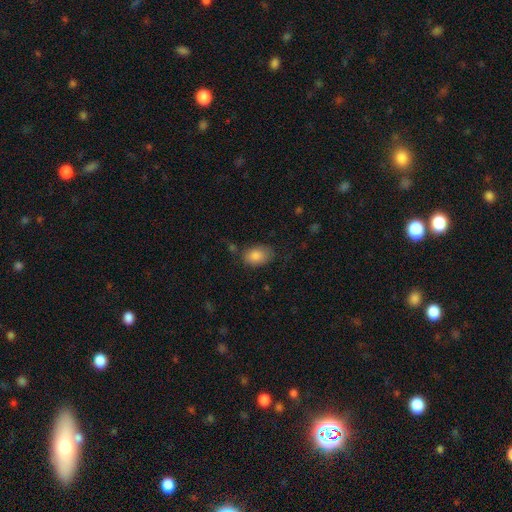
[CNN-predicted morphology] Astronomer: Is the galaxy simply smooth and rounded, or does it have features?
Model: smooth — 86%.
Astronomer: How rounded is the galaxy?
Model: in between — 83%.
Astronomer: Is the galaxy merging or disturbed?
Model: none — 70%.